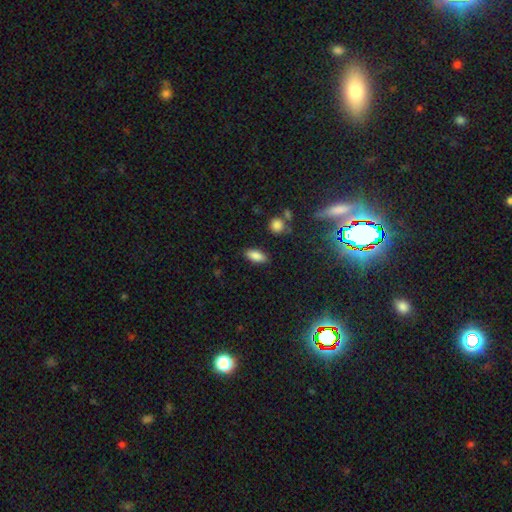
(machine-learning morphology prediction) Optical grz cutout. It shows a smooth galaxy with no disk features (85%) that is in between round and cigar-shaped (84%). Merging: none (86%).